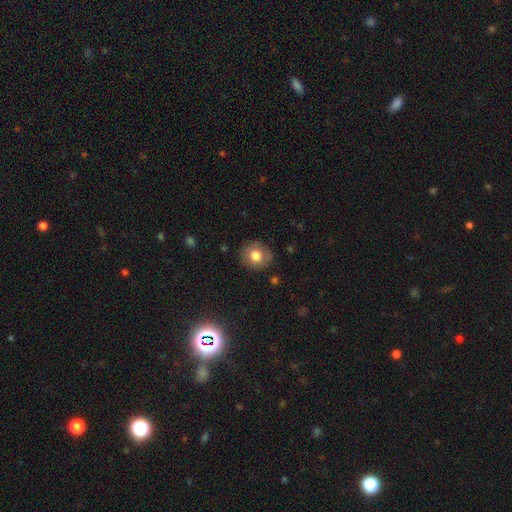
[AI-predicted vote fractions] smooth-or-featured: smooth: 76% | featured or disk: 15% | star or artifact: 10%
  how-rounded: round: 81% | in between: 18% | cigar-shaped: 1%
  merging: none: 84% | minor disturbance: 12% | major disturbance: 3% | merger: 1%